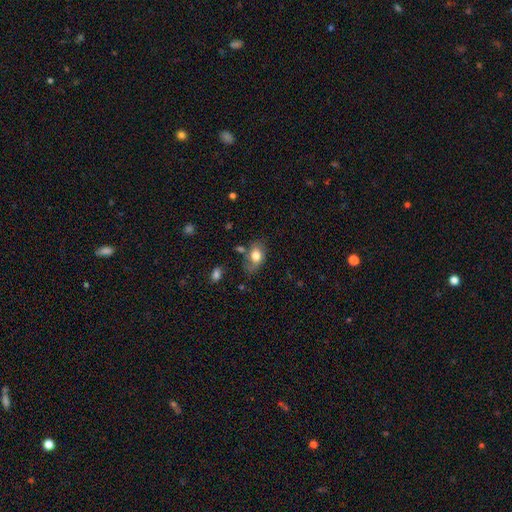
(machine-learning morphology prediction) type=smooth (75%); roundness=in between (84%); merging=none (58%).